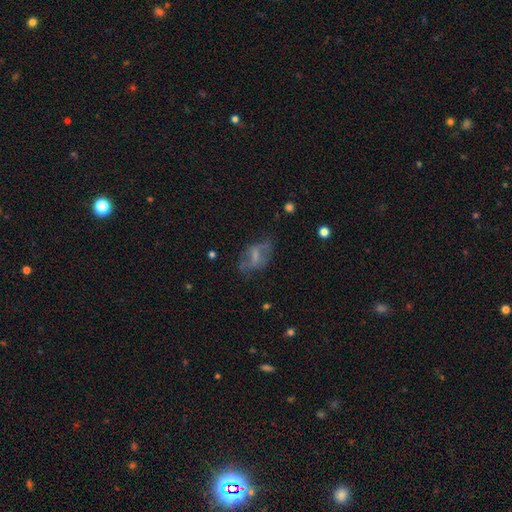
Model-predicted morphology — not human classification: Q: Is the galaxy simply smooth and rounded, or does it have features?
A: featured or disk — 49%.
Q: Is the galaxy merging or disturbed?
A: none — 49%.